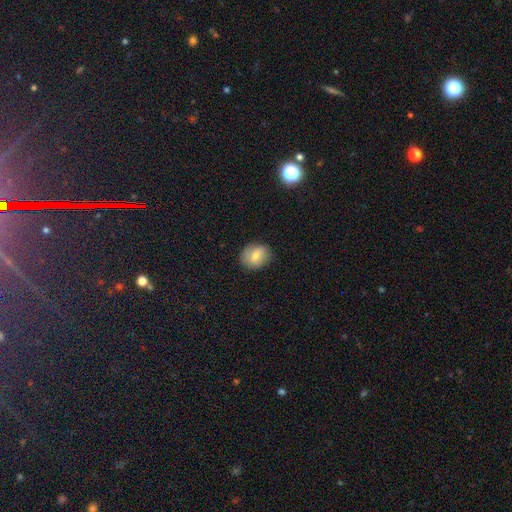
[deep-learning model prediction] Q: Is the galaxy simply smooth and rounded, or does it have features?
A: smooth — 68%.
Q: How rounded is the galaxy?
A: round — 60%.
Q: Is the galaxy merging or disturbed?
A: none — 83%.